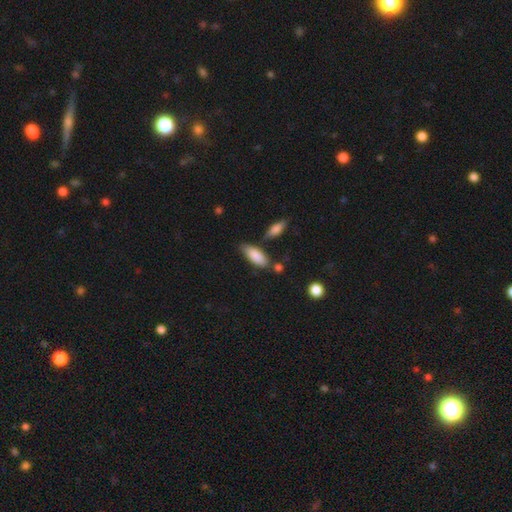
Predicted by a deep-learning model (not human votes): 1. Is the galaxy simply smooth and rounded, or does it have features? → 86% smooth, 8% featured or disk, 6% star or artifact.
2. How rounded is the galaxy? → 80% in between, 18% cigar-shaped, 2% round.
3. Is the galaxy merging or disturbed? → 63% none, 22% minor disturbance, 10% merger, 5% major disturbance.